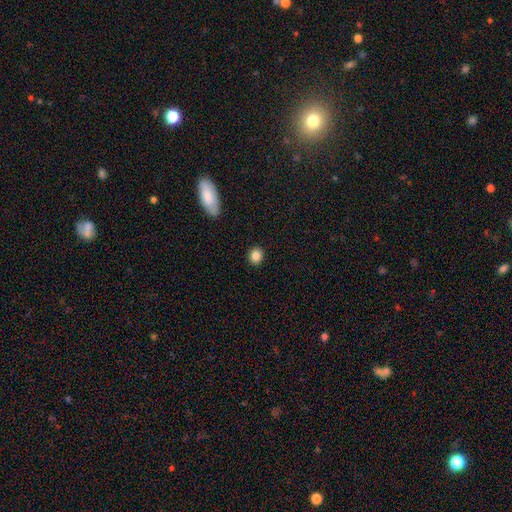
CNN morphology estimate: smooth 86%, star or artifact 10%, featured or disk 5%. Down the decision tree: how rounded — round (78%); merging — none (91%).